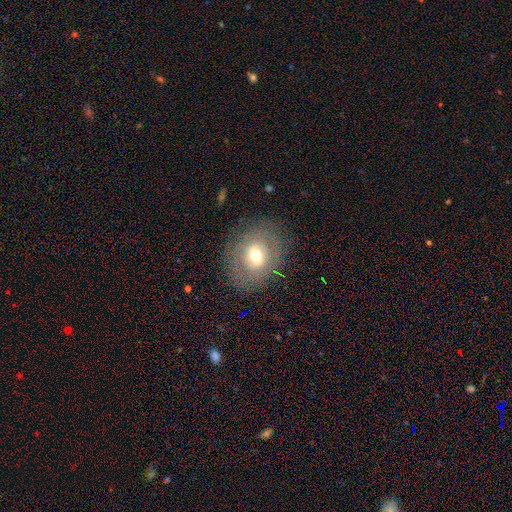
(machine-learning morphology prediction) A smooth galaxy with no disk features (58%) that is round (53%).

Vote fractions:
- Smooth or featured? smooth: 58% / featured or disk: 30% / star or artifact: 12%
- How rounded? round: 53% / in between: 46% / cigar-shaped: 1%
- Merging? none: 81% / minor disturbance: 12% / major disturbance: 6% / merger: 1%